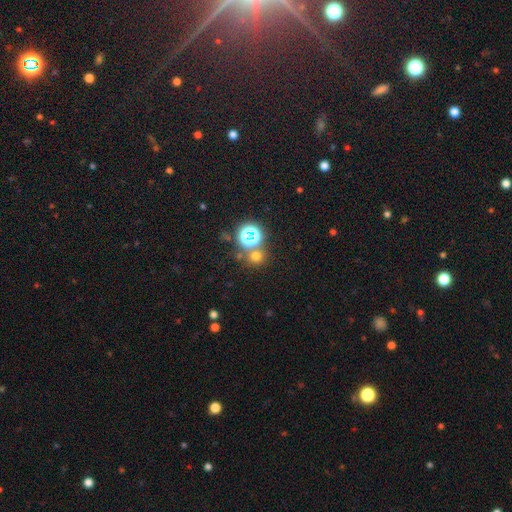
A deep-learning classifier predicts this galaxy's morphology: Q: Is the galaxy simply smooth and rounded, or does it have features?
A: smooth — 60%.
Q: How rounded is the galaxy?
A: round — 89%.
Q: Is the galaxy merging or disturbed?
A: none — 73%.